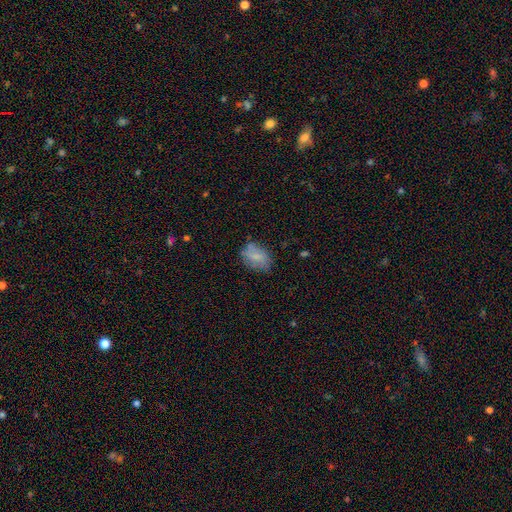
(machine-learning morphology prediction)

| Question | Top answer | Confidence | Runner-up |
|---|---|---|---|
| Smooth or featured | smooth | 71% | featured or disk (20%) |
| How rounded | in between | 86% | round (12%) |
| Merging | none | 64% | minor disturbance (25%) |